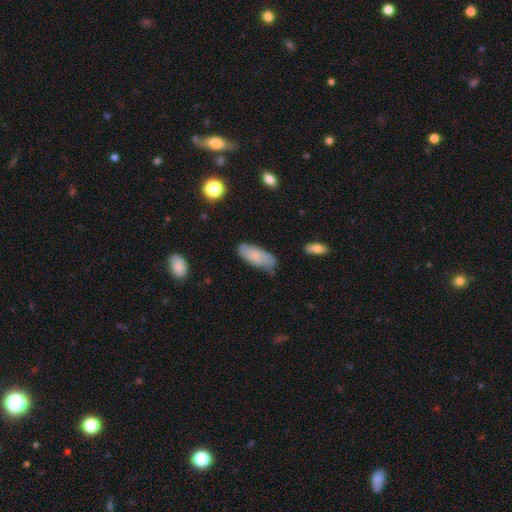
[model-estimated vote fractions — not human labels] Morphology: type=smooth (65%); roundness=in between (84%); merging=none (62%).